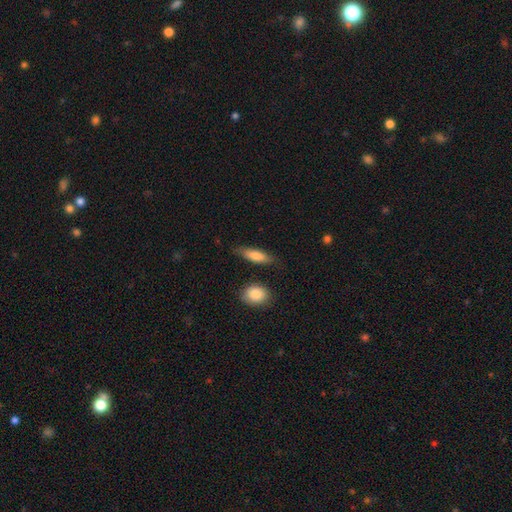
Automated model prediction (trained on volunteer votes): Smooth or featured? Predicted: smooth (p=0.78). How rounded? Predicted: cigar-shaped (p=0.49). Merging? Predicted: none (p=0.80).